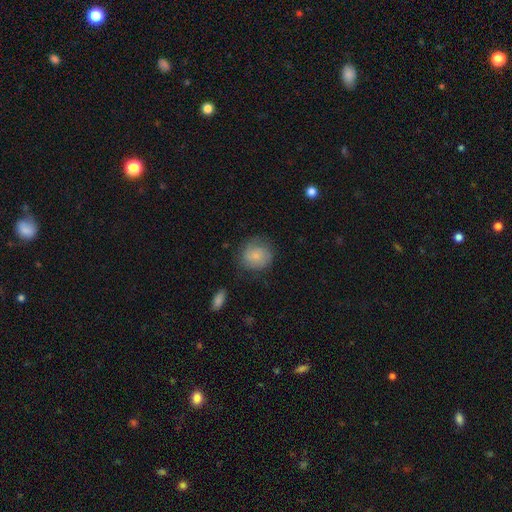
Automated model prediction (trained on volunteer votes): The model was most divided on "merging": none: 68%, minor disturbance: 22%, major disturbance: 8%, merger: 2%. More confident: how rounded — round (83%); smooth or featured — smooth (70%).